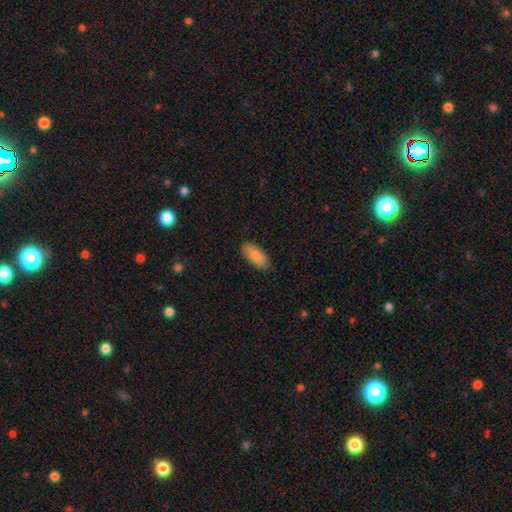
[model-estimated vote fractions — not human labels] Smooth or featured? Predicted: smooth (p=0.87). How rounded? Predicted: in between (p=0.88). Merging? Predicted: none (p=0.85).